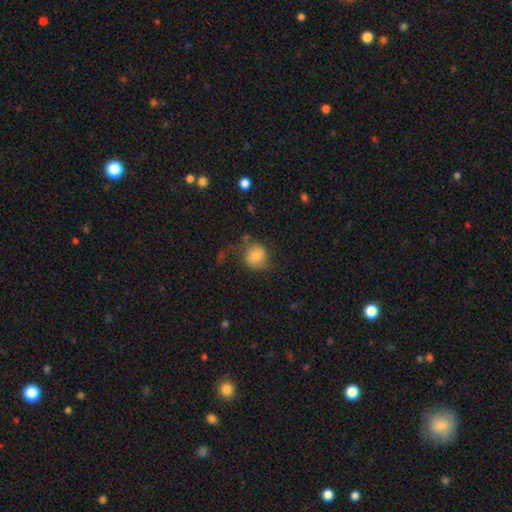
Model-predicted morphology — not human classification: Smooth or featured? Predicted: smooth (p=0.77). How rounded? Predicted: round (p=0.80). Merging? Predicted: none (p=0.53).